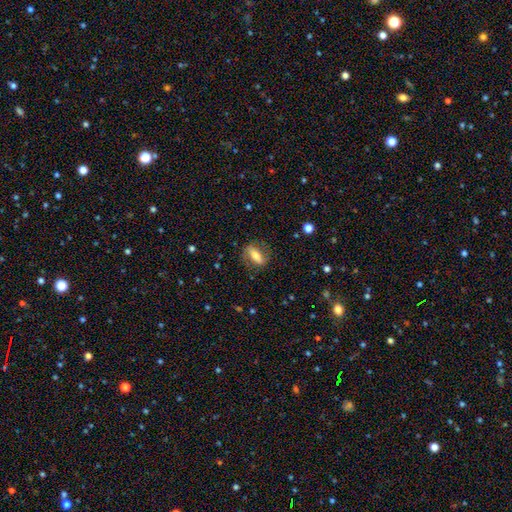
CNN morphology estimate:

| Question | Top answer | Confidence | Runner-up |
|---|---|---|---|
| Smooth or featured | smooth | 48% | featured or disk (44%) |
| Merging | none | 76% | minor disturbance (15%) |